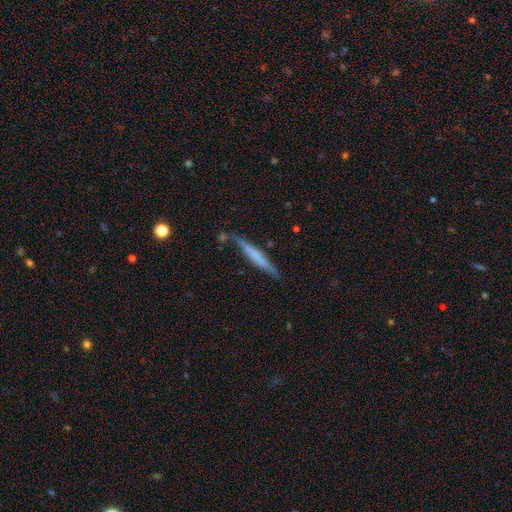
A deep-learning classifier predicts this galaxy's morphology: smooth_or_featured: featured or disk (p=0.48) [alt: smooth p=0.46]
merging: none (p=0.74) [alt: minor disturbance p=0.17]